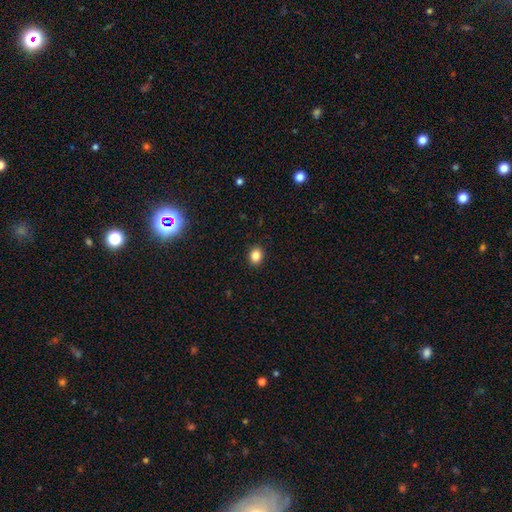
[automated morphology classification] Smooth or featured? smooth (84%)
How rounded? round (56%)
Merging? none (91%)